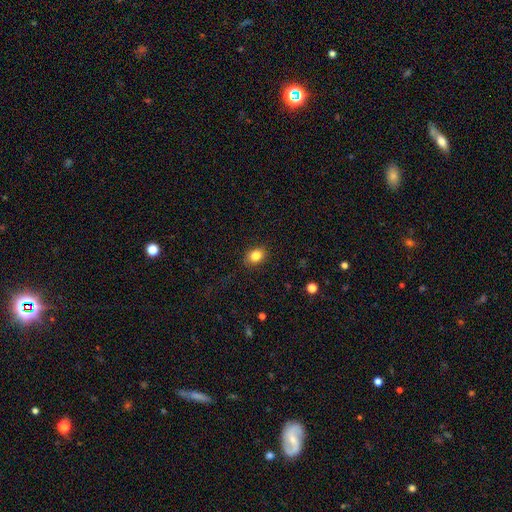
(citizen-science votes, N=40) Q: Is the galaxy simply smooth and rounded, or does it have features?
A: smooth — 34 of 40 (85%).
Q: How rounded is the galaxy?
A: in between — 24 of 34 (71%).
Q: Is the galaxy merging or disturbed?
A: none — 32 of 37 (86%).